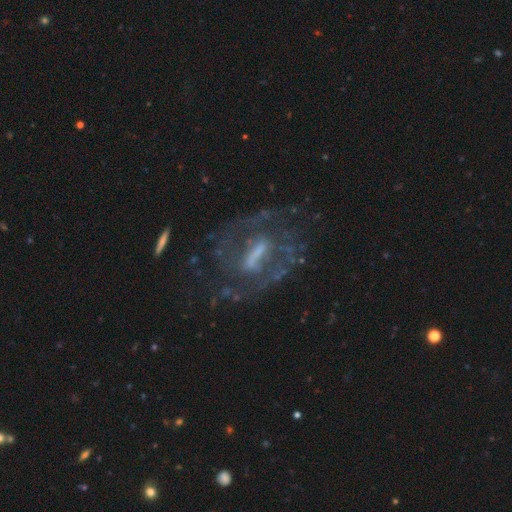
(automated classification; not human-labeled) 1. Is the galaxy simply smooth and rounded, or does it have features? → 82% featured or disk, 10% star or artifact, 9% smooth.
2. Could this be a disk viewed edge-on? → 92% no, 8% yes.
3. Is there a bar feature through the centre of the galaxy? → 53% strong, 34% weak, 13% no.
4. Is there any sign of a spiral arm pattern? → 81% yes, 19% no.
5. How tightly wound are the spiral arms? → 45% medium, 38% tight, 17% loose.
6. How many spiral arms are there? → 56% 2, 29% can't tell, 5% 3, 4% 1, 3% 4, 3% more than 4.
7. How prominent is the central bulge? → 32% none, 29% small, 28% moderate, 9% large, 1% dominant.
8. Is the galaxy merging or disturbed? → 64% none, 17% major disturbance, 17% minor disturbance, 3% merger.